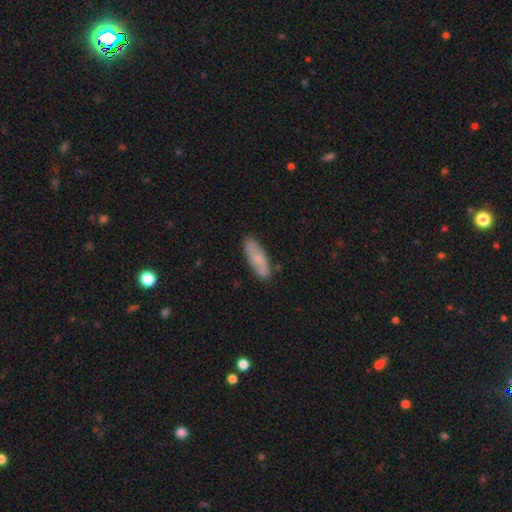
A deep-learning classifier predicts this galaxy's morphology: This is possibly a smooth galaxy (59%). How rounded: possibly in between (54%). Merging: clearly none (83%).